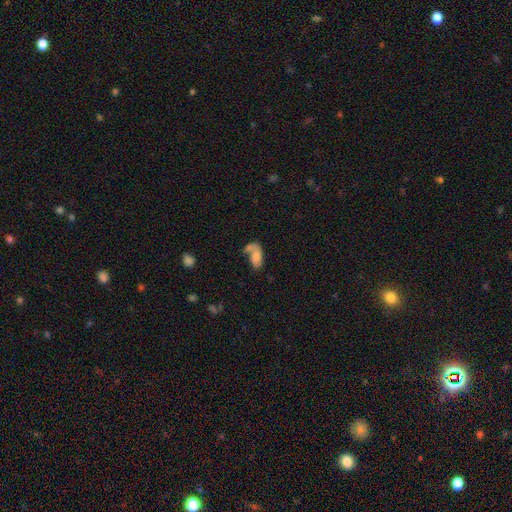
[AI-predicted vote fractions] smooth-or-featured: smooth: 60% | featured or disk: 30% | star or artifact: 10%
  how-rounded: in between: 88% | cigar-shaped: 7% | round: 6%
  merging: merger: 36% | none: 29% | major disturbance: 20% | minor disturbance: 15%